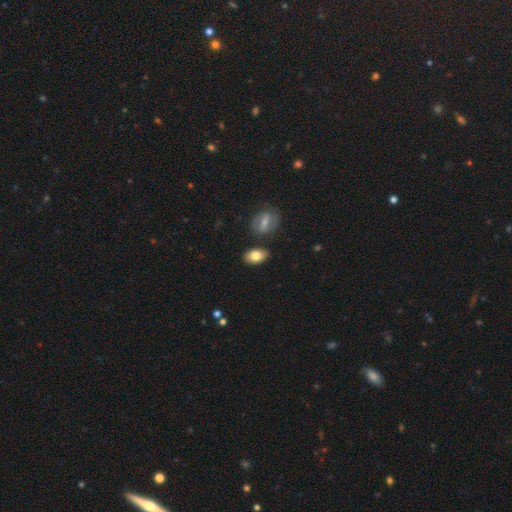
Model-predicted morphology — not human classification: Q: Smooth or featured?
A: smooth (78%); runner-up: featured or disk (15%)
Q: How rounded?
A: in between (87%); runner-up: round (11%)
Q: Merging?
A: none (80%); runner-up: minor disturbance (12%)